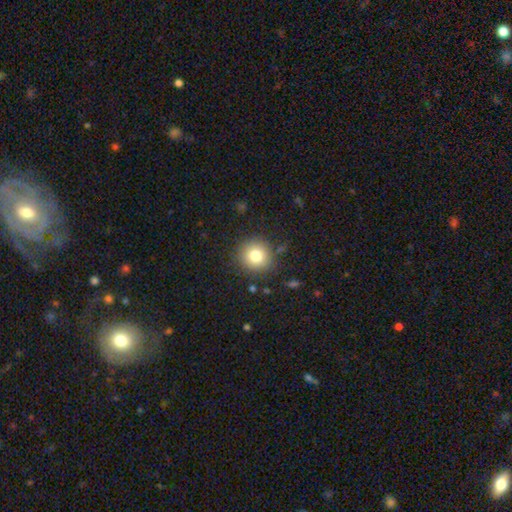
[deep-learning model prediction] Smooth or featured? Predicted: smooth (p=0.79). How rounded? Predicted: round (p=0.92). Merging? Predicted: none (p=0.87).